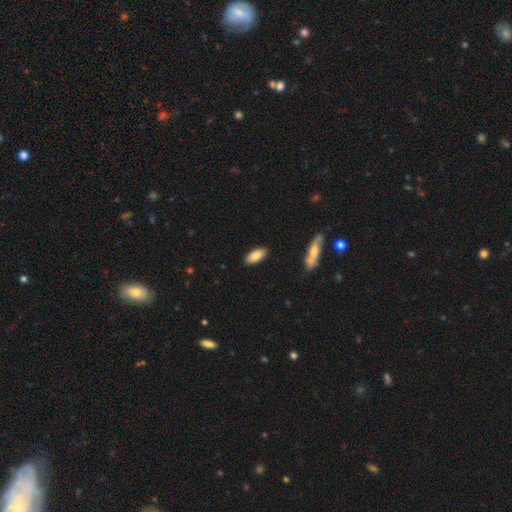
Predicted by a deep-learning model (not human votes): smooth_or_featured: smooth (p=0.87) [alt: featured or disk p=0.07]
how_rounded: in between (p=0.88) [alt: cigar-shaped p=0.10]
merging: none (p=0.87) [alt: minor disturbance p=0.09]